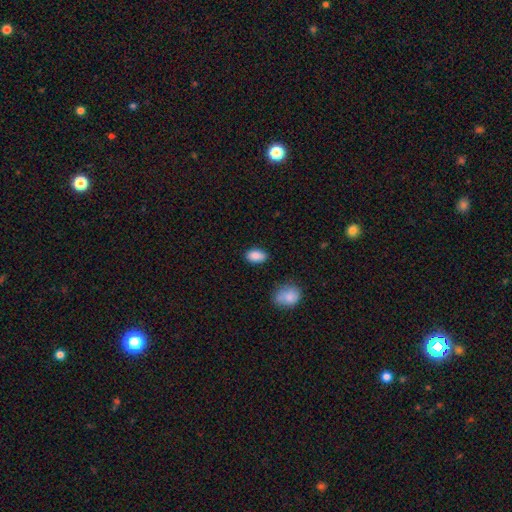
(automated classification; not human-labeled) Smooth or featured? Predicted: smooth (p=0.88). How rounded? Predicted: in between (p=0.90). Merging? Predicted: none (p=0.83).